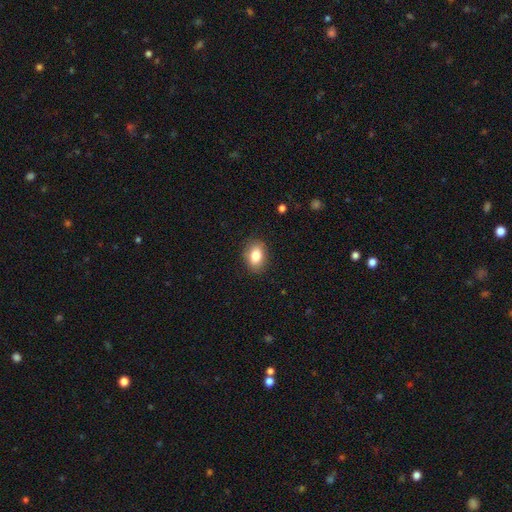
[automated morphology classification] A smooth galaxy with no disk features (83%) that is in between round and cigar-shaped (78%).

Vote fractions:
- Smooth or featured? smooth: 83% / star or artifact: 8% / featured or disk: 8%
- How rounded? in between: 78% / round: 20% / cigar-shaped: 1%
- Merging? none: 86% / minor disturbance: 10% / major disturbance: 3% / merger: 1%